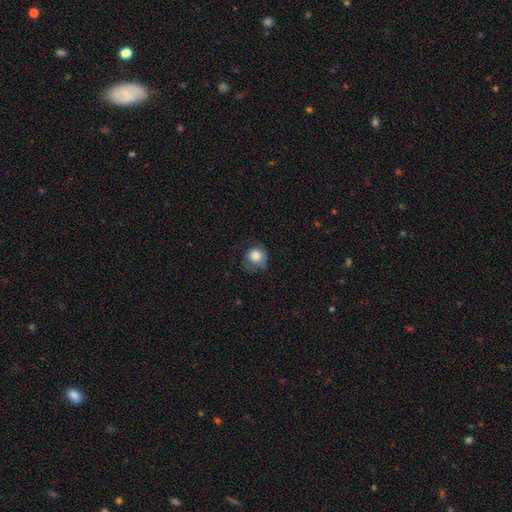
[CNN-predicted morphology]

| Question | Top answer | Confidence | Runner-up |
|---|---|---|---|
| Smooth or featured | smooth | 81% | featured or disk (10%) |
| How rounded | round | 83% | in between (16%) |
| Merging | none | 52% | minor disturbance (29%) |